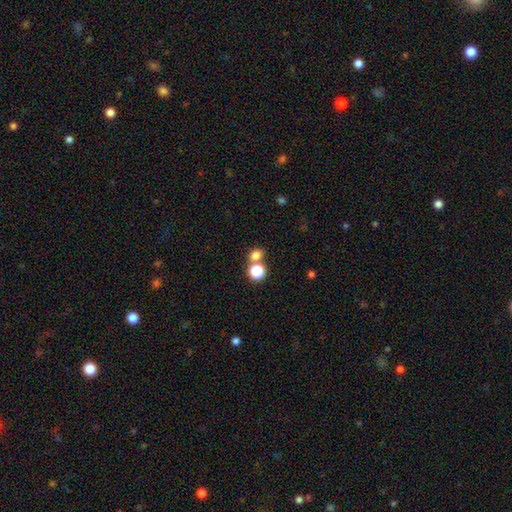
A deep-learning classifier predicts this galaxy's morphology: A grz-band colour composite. It shows a smooth galaxy with no disk features (77%) that is round (65%). Merging: none (57%).